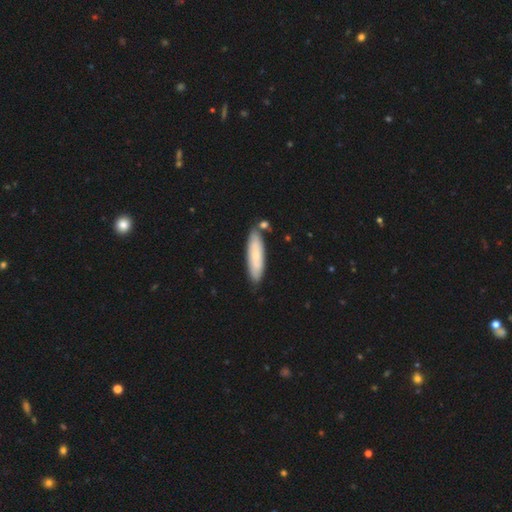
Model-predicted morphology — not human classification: Smooth or featured?
  - smooth: 72% *
  - featured or disk: 23%
  - star or artifact: 6%
How rounded?
  - cigar-shaped: 69% *
  - in between: 30%
  - round: 1%
Merging?
  - none: 79% *
  - minor disturbance: 13%
  - merger: 6%
  - major disturbance: 2%